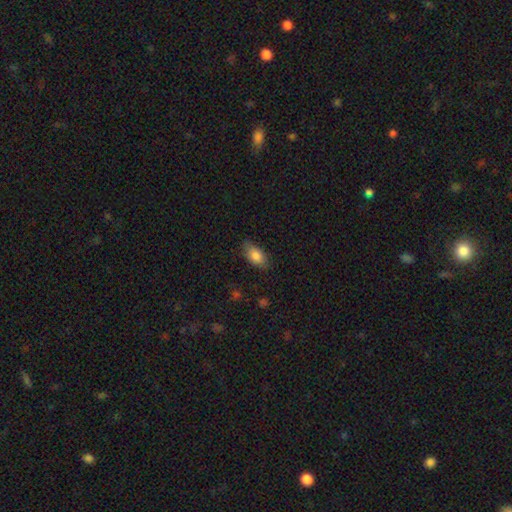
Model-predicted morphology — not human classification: type=smooth (83%); roundness=in between (89%); merging=none (78%).